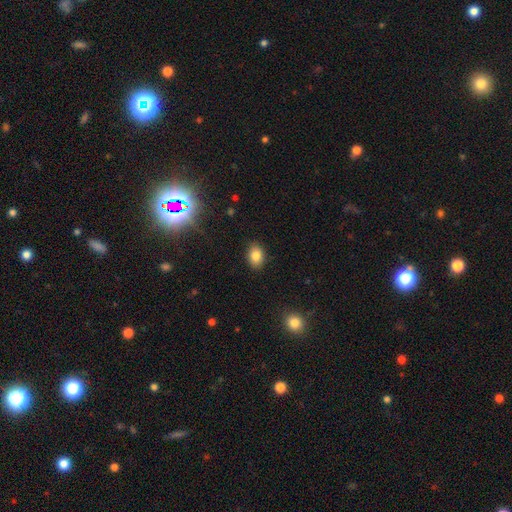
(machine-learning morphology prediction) smooth-or-featured: smooth: 83% | star or artifact: 10% | featured or disk: 7%
  how-rounded: in between: 74% | round: 25% | cigar-shaped: 1%
  merging: none: 87% | minor disturbance: 9% | major disturbance: 2% | merger: 1%